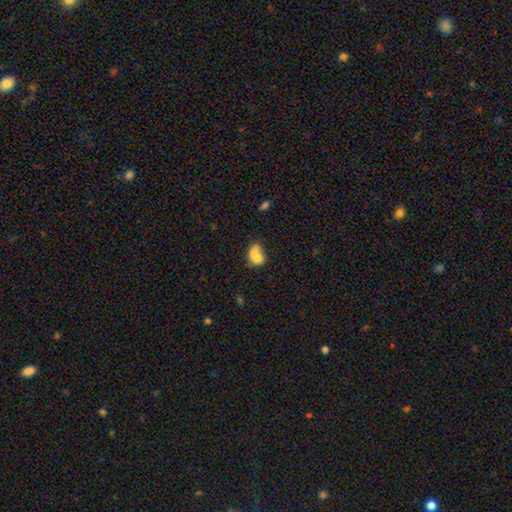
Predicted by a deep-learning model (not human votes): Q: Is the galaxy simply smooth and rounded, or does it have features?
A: smooth — 69%.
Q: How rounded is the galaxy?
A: in between — 59%.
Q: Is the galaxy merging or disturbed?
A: merger — 59%.